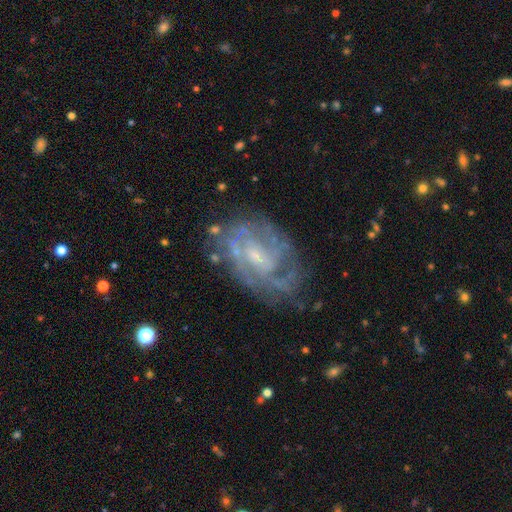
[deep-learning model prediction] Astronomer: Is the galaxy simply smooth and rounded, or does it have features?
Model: featured or disk — 82%.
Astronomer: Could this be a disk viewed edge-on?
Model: no — 97%.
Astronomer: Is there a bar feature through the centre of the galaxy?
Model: no — 46% (runner-up: weak, 44%).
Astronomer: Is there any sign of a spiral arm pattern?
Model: yes — 85%.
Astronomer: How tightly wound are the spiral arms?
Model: tight — 52% (runner-up: medium, 36%).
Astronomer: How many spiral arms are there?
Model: can't tell — 45% (runner-up: 2, 24%).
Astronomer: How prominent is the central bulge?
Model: small — 62%.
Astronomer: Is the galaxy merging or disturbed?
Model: none — 65%.